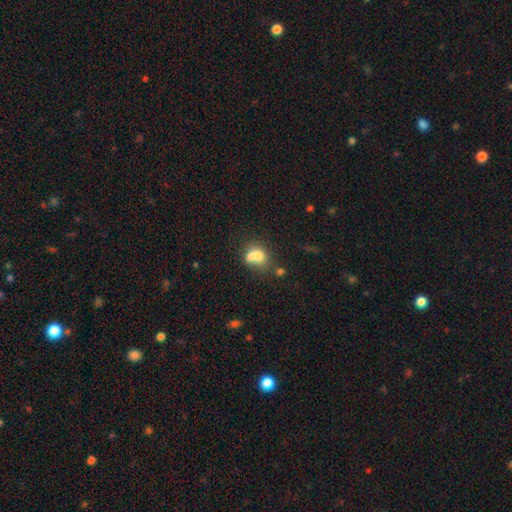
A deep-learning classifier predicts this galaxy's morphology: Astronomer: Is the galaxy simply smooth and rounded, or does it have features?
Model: smooth — 69%.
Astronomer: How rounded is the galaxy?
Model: in between — 51% (runner-up: round, 47%).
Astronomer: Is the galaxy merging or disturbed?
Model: merger — 58%.